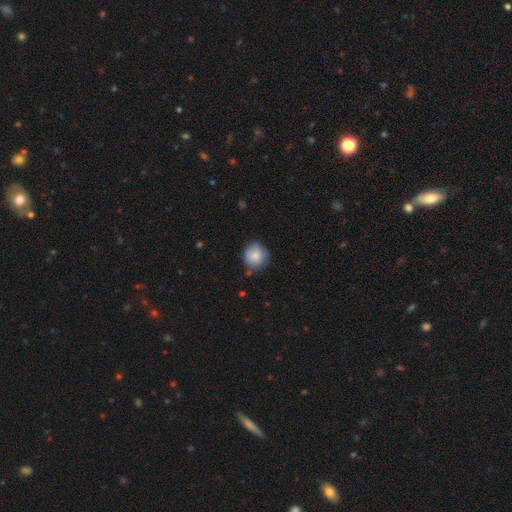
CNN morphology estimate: Smooth or featured? smooth (82%)
How rounded? round (87%)
Merging? none (68%)